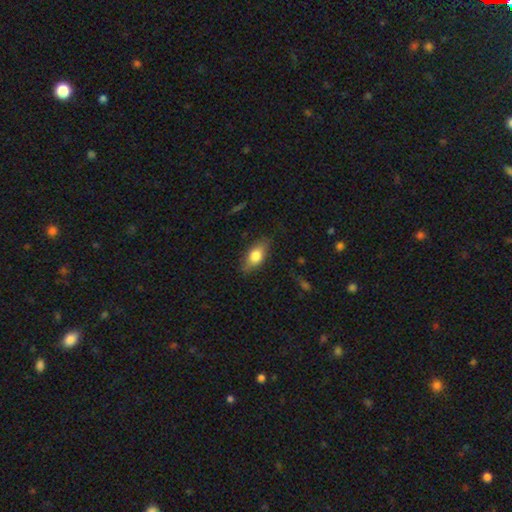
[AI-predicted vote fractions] smooth 77%, featured or disk 17%, star or artifact 7%. Down the decision tree: how rounded — in between (85%); merging — none (81%).